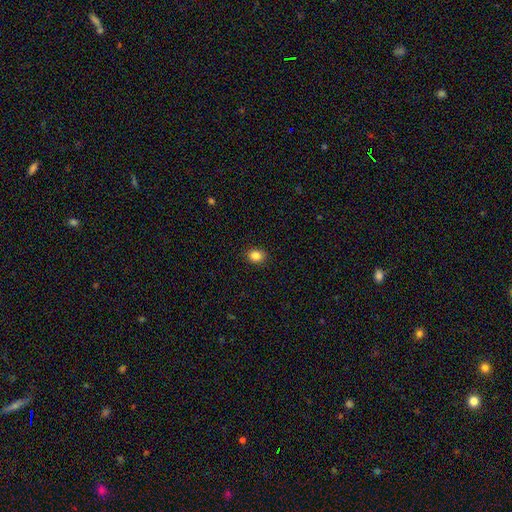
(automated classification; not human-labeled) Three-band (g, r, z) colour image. It shows a smooth galaxy with no disk features (84%) that is round (63%). Merging: none (89%).